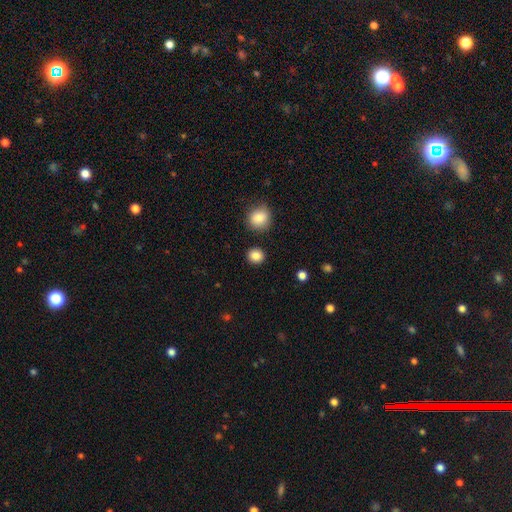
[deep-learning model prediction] The model was most divided on "how rounded": round: 84%, in between: 15%, cigar-shaped: 1%. More confident: merging — none (89%); smooth or featured — smooth (86%).